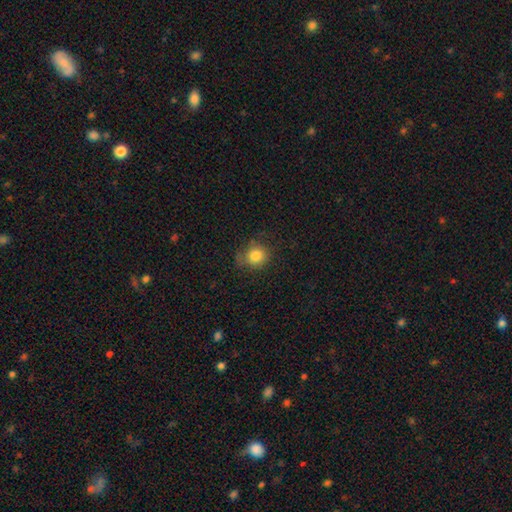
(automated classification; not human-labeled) A smooth galaxy with no disk features (83%) that is round (84%). Merging: none (71%).